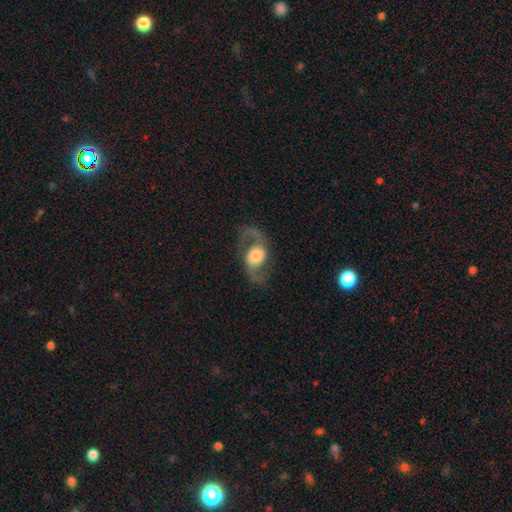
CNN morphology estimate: This is clearly a featured or disk galaxy (81%). It is clearly not viewed edge-on (96%). Bar: likely no (64%). Spiral arm pattern: clearly yes (92%). Spiral arm count: clearly 2 (93%). Spiral winding: possibly loose (57%). Central bulge: possibly large (45%). Merging: likely none (76%).